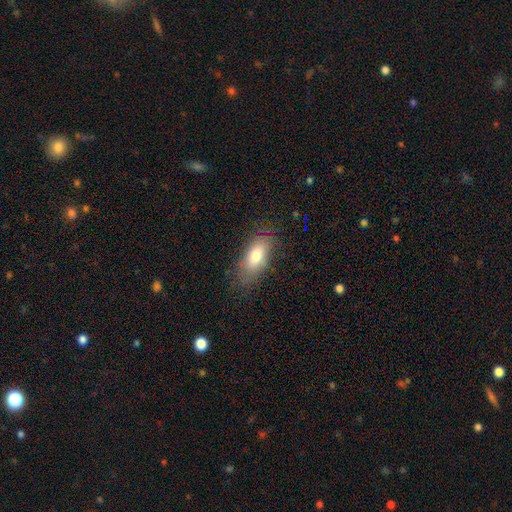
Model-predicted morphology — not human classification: type=smooth (76%); roundness=in between (85%); merging=none (76%).